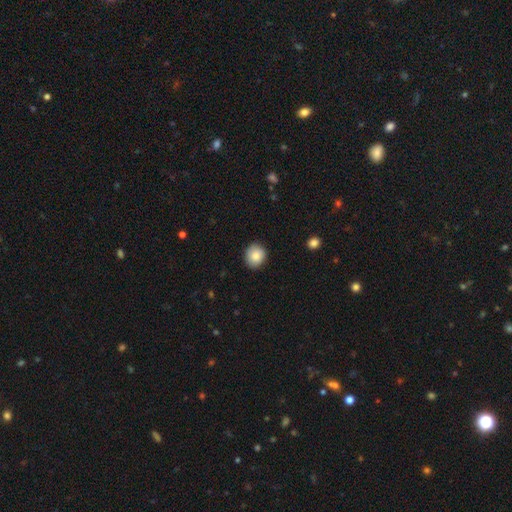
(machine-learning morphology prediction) This appears to be a smooth galaxy with no disk features (86%) that is round (77%). Merging: none (86%).